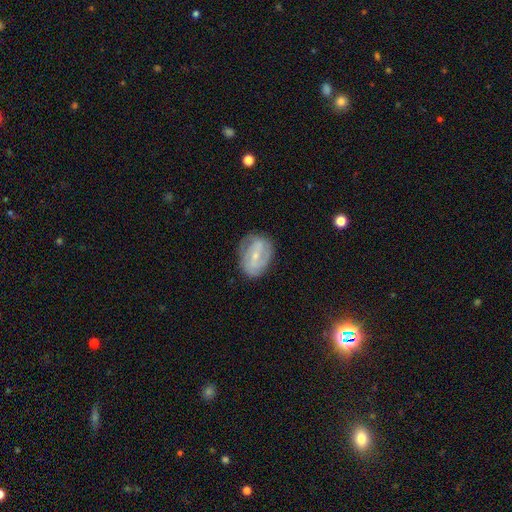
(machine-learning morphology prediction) Smooth or featured? Predicted: featured or disk (p=0.66). Edge-on disk? Predicted: no (p=0.94). Bar? Predicted: strong (p=0.42). Spiral arms? Predicted: yes (p=0.62). Bulge size? Predicted: small (p=0.69). Merging? Predicted: none (p=0.74).